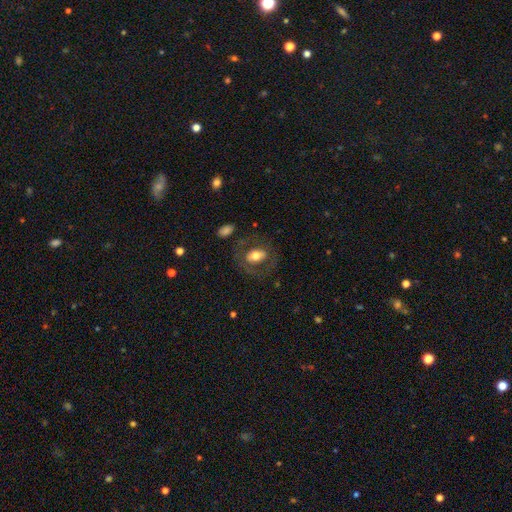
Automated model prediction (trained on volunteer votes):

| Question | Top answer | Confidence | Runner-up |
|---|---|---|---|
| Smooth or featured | smooth | 54% | featured or disk (38%) |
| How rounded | in between | 70% | round (28%) |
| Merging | none | 69% | major disturbance (14%) |